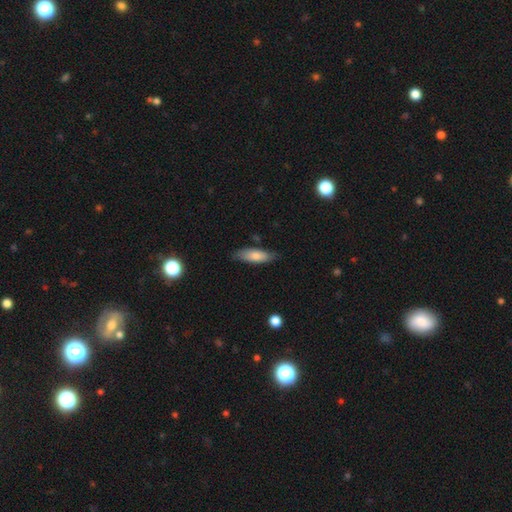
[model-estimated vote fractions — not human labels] The model was most divided on "how rounded": in between: 56%, cigar-shaped: 42%, round: 2%. More confident: merging — none (79%); smooth or featured — smooth (75%).